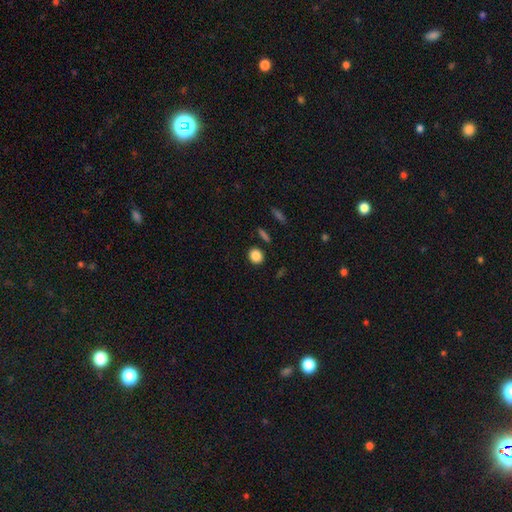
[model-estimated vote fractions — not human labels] A smooth galaxy with no disk features (86%) that is round (79%). Merging: none (88%).